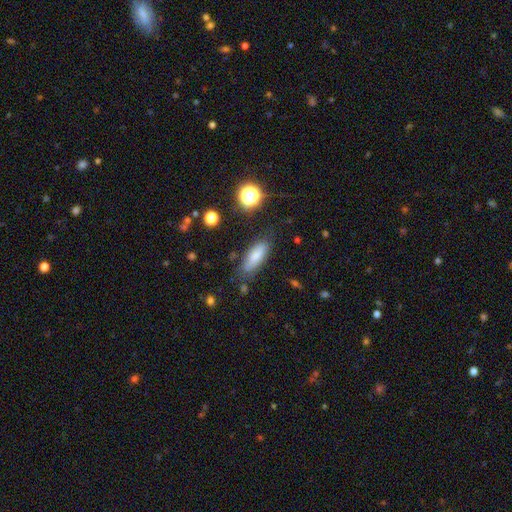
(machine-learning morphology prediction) smooth-or-featured: smooth: 79% | featured or disk: 13% | star or artifact: 9%
  how-rounded: in between: 63% | cigar-shaped: 34% | round: 3%
  merging: none: 77% | minor disturbance: 16% | major disturbance: 4% | merger: 3%